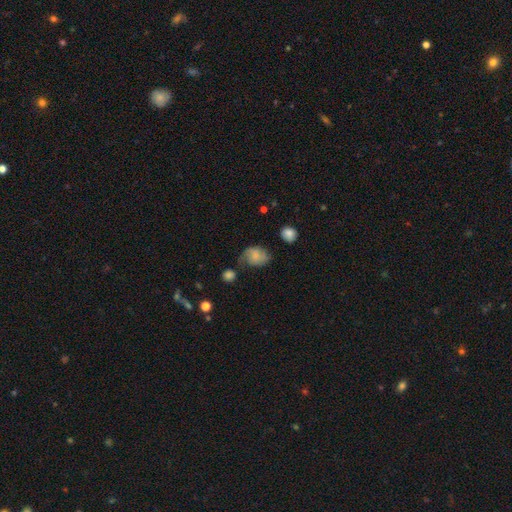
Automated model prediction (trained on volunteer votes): smooth_or_featured: smooth (p=0.61) [alt: featured or disk p=0.30]
how_rounded: in between (p=0.63) [alt: round p=0.36]
merging: none (p=0.45) [alt: minor disturbance p=0.33]